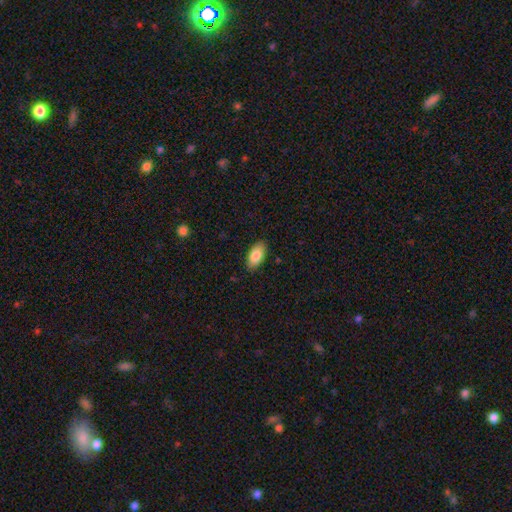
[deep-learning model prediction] Smooth or featured? smooth (85%)
How rounded? in between (92%)
Merging? none (87%)